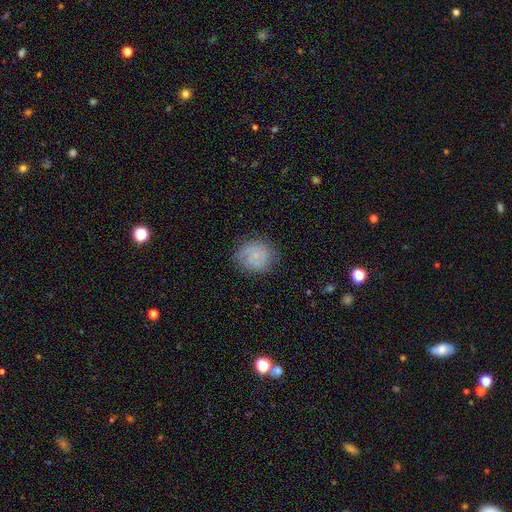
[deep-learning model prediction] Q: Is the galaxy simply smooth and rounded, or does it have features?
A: smooth — 54%.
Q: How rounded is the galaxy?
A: round — 81%.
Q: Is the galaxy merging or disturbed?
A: none — 76%.